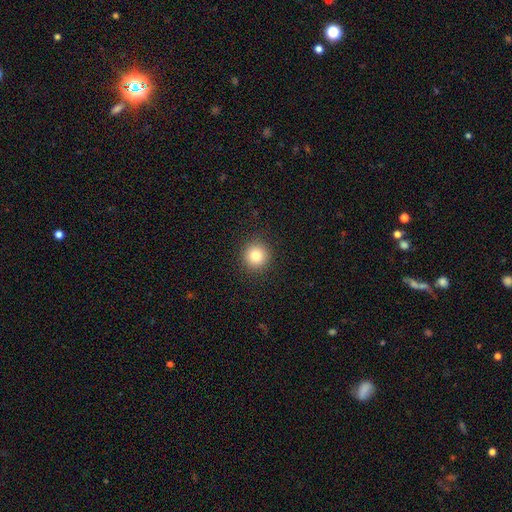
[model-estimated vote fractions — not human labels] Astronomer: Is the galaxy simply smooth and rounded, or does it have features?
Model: smooth — 82%.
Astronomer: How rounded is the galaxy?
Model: round — 94%.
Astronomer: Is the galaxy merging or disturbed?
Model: none — 91%.